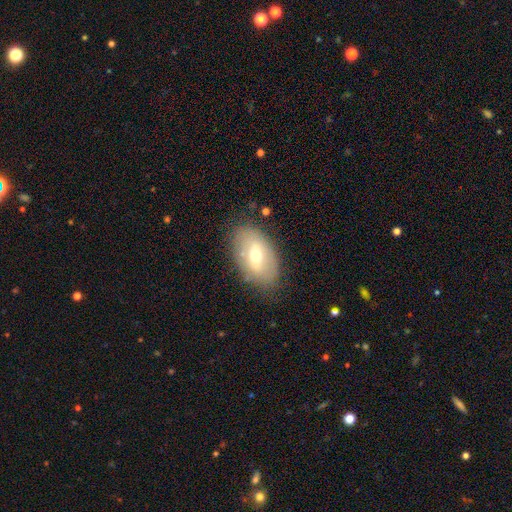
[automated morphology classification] smooth 51%, featured or disk 41%, star or artifact 9%. Down the decision tree: how rounded — in between (90%); merging — none (79%).